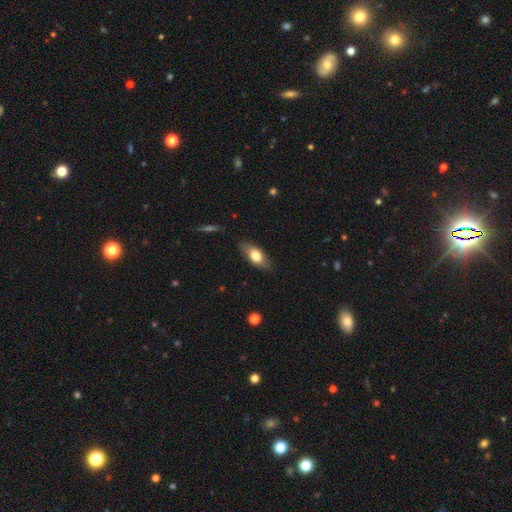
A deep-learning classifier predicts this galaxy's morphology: Smooth or featured: smooth — 73% (featured or disk — 21%)
How rounded: in between — 85% (cigar-shaped — 10%)
Merging: none — 81% (minor disturbance — 15%)